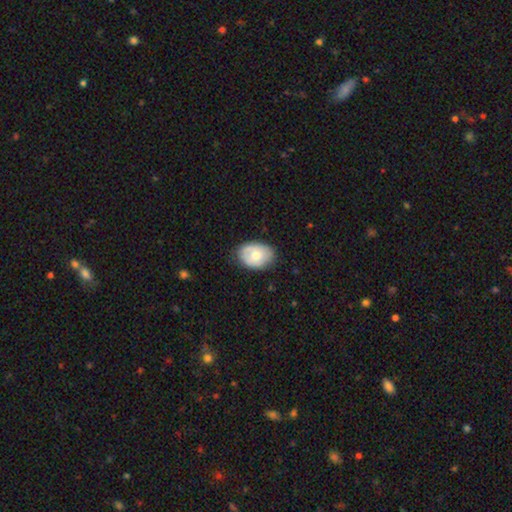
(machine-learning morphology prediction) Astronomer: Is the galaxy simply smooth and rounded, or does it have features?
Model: smooth — 62%.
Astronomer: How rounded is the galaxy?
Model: in between — 78%.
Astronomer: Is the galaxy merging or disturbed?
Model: none — 76%.